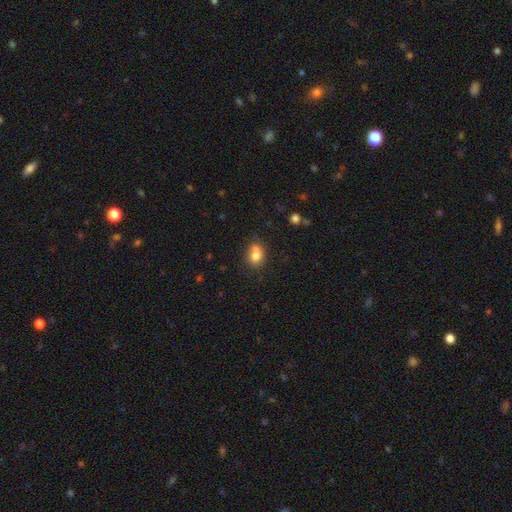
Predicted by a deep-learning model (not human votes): Smooth or featured: smooth — 76% (featured or disk — 13%)
How rounded: in between — 56% (round — 43%)
Merging: none — 50% (merger — 24%)